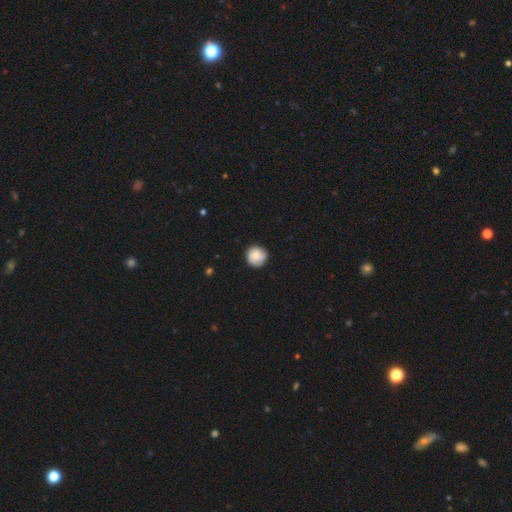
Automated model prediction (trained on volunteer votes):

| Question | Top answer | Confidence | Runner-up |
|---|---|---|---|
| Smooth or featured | smooth | 82% | featured or disk (11%) |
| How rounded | round | 94% | in between (5%) |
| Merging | none | 82% | minor disturbance (14%) |